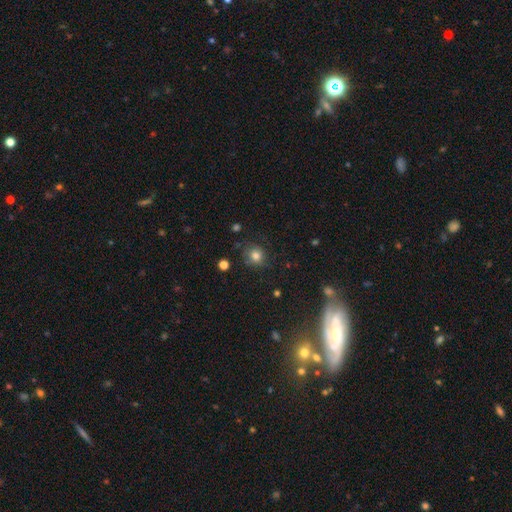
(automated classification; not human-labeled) A smooth galaxy with no disk features (78%) that is round (84%).

Vote fractions:
- Smooth or featured? smooth: 78% / star or artifact: 13% / featured or disk: 9%
- How rounded? round: 84% / in between: 15% / cigar-shaped: 1%
- Merging? none: 76% / minor disturbance: 16% / major disturbance: 5% / merger: 2%